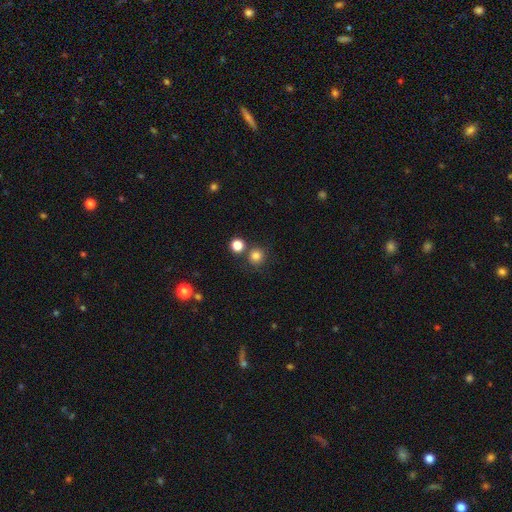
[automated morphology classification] smooth 81%, star or artifact 14%, featured or disk 5%. Down the decision tree: how rounded — round (94%); merging — none (79%).